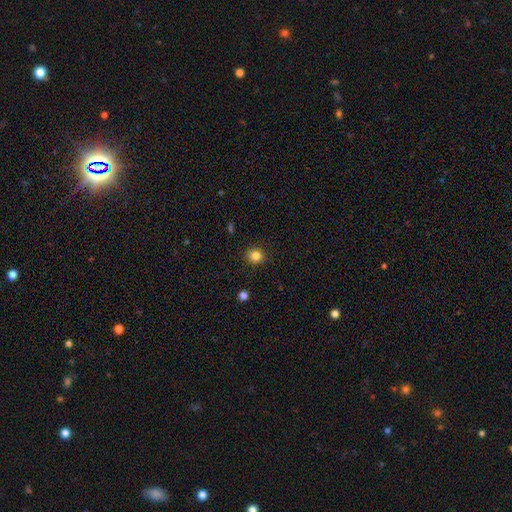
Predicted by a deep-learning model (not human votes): Q: Smooth or featured?
A: smooth (83%); runner-up: star or artifact (12%)
Q: How rounded?
A: round (89%); runner-up: in between (10%)
Q: Merging?
A: none (91%); runner-up: minor disturbance (6%)